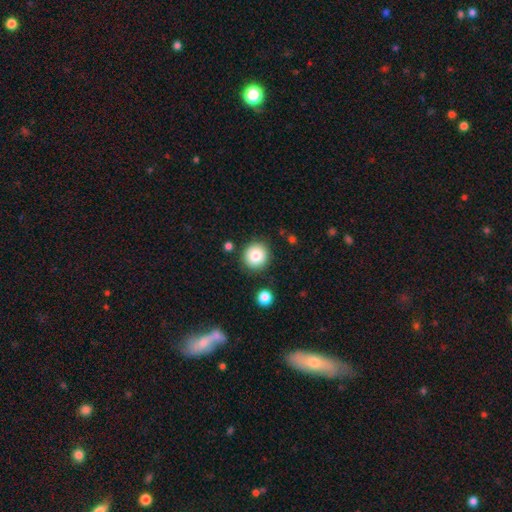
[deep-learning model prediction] The model was most divided on "smooth or featured": smooth: 81%, star or artifact: 10%, featured or disk: 10%. More confident: how rounded — round (94%); merging — none (87%).